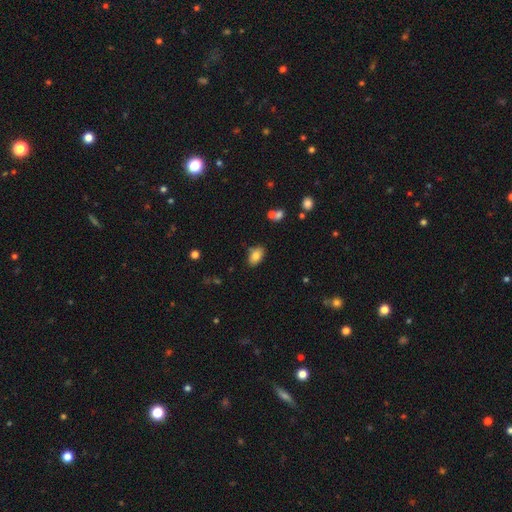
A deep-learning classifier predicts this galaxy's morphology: Overall: smooth (83%). How rounded: in between (90%). Merging: none (81%).